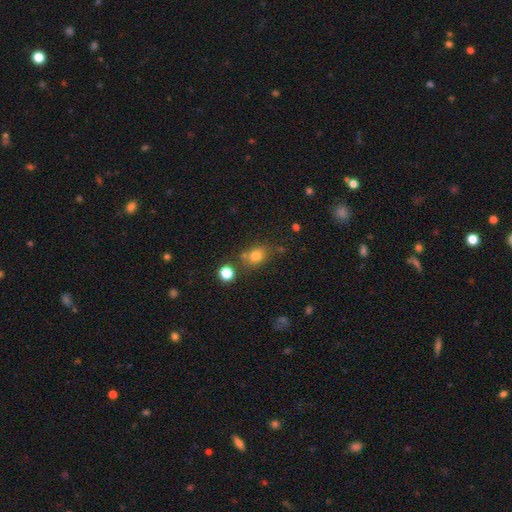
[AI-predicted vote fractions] This appears to be a smooth galaxy with no disk features (77%) that is round (51%). Merging: none (66%).